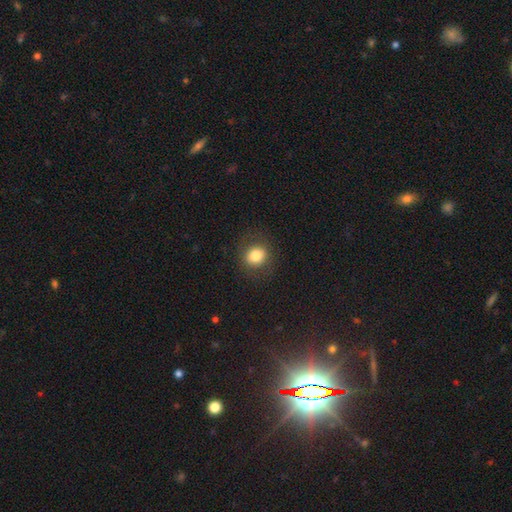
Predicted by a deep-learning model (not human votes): This is clearly a smooth galaxy (81%). How rounded: likely round (77%). Merging: clearly none (86%).